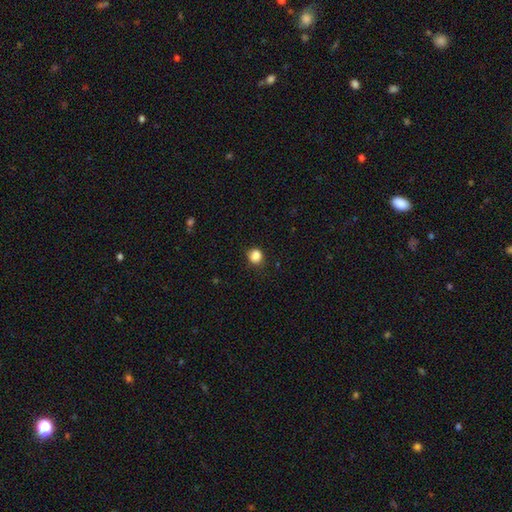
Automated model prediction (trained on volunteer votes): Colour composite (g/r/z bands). It shows a smooth galaxy with no disk features (86%) that is round (78%). Merging: none (80%).